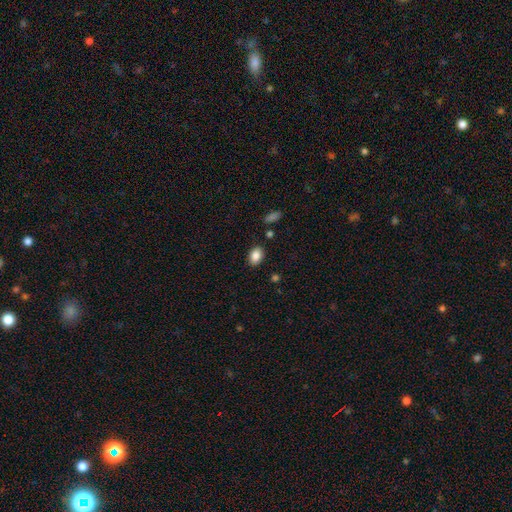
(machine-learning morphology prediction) This is clearly a smooth galaxy (87%). How rounded: clearly in between (83%). Merging: clearly none (85%).